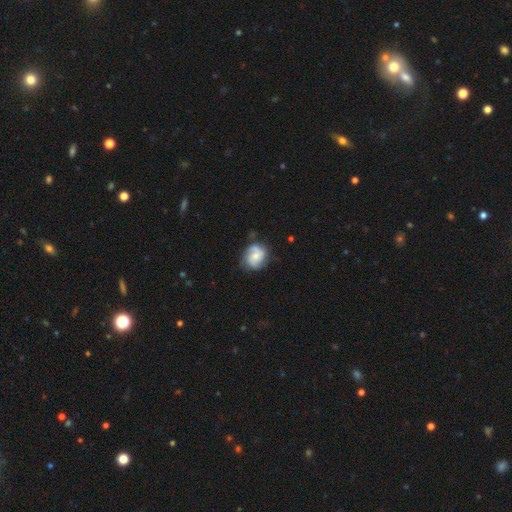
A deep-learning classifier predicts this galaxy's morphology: smooth-or-featured: featured or disk: 59% | smooth: 33% | star or artifact: 7%
  disk-edge-on: no: 98% | yes: 2%
    bar: no: 65% | weak: 29% | strong: 5%
    has-spiral-arms: yes: 88% | no: 12%
      spiral-winding: medium: 43% | tight: 34% | loose: 22%
      spiral-arm-count: 2: 59% | can't tell: 17% | 3: 15% | 1: 5% | 4: 2% | more than 4: 2%
    bulge-size: small: 46% | moderate: 45% | none: 5% | large: 3% | dominant: 1%
  merging: none: 65% | minor disturbance: 24% | major disturbance: 8% | merger: 3%